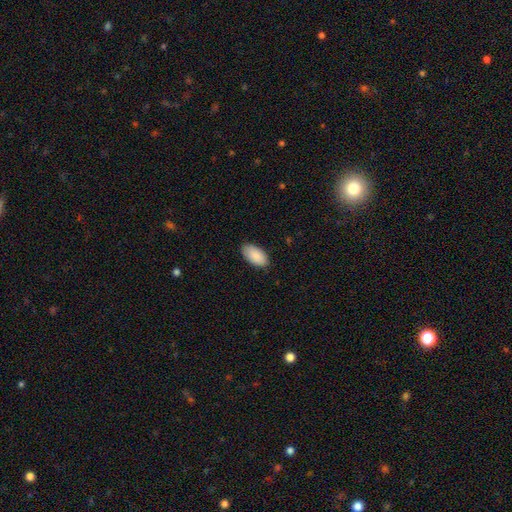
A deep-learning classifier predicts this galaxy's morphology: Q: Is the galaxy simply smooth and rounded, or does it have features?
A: smooth — 90%.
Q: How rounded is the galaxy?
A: in between — 96%.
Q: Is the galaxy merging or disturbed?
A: none — 85%.